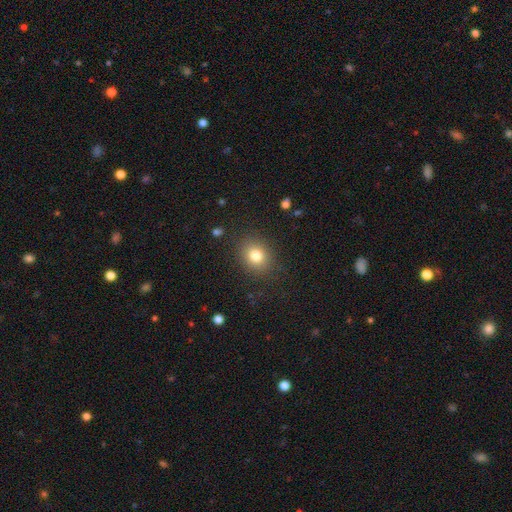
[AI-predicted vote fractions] This is likely a smooth galaxy (79%). How rounded: likely round (63%). Merging: clearly none (86%).